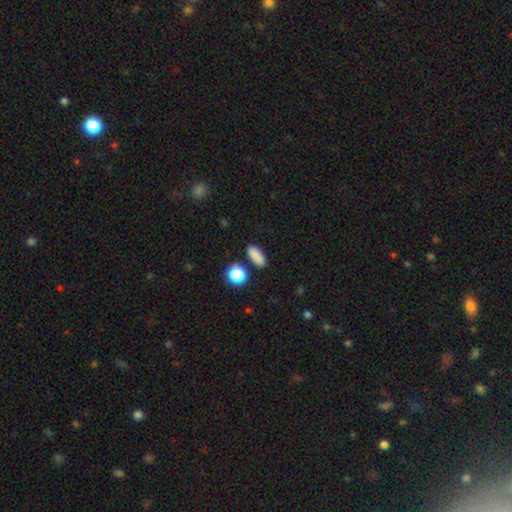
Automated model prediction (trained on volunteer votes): The model was most divided on "how rounded": in between: 74%, cigar-shaped: 15%, round: 10%. More confident: merging — none (86%); smooth or featured — smooth (85%).